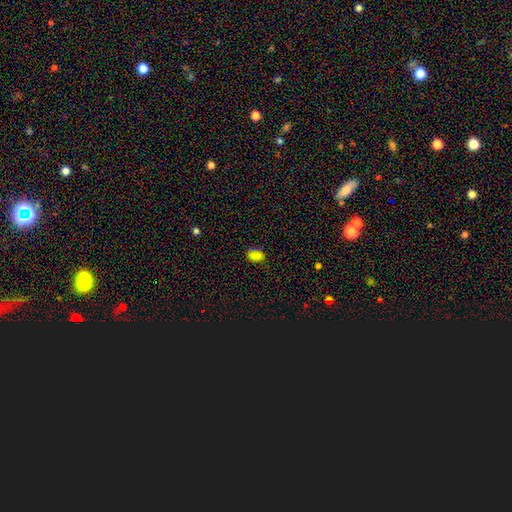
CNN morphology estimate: A smooth galaxy with no disk features (79%) that is in between round and cigar-shaped (82%). Merging: none (77%).